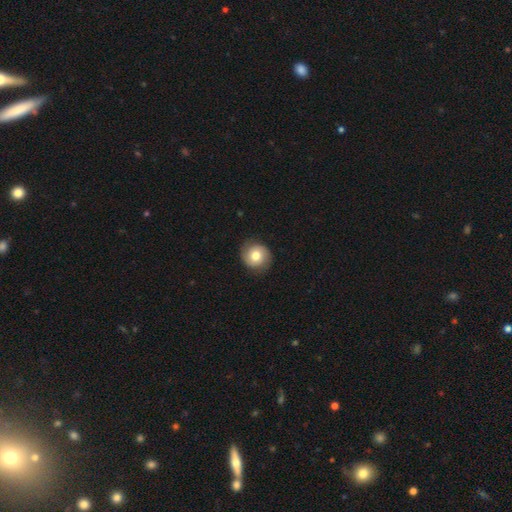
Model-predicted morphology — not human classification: Smooth or featured? Predicted: smooth (p=0.60). How rounded? Predicted: round (p=0.87). Merging? Predicted: none (p=0.83).